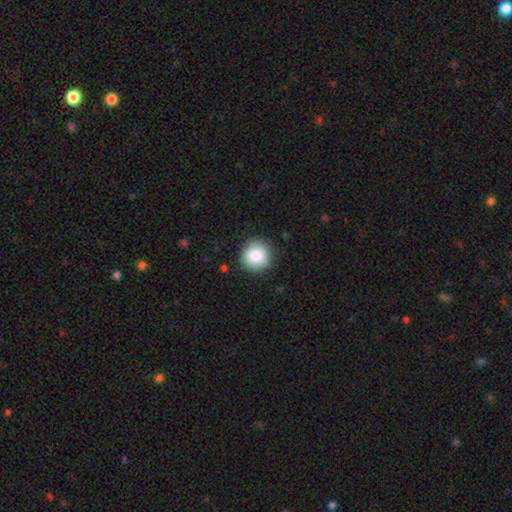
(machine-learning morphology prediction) The model was most divided on "smooth or featured": smooth: 85%, star or artifact: 9%, featured or disk: 6%. More confident: how rounded — round (93%); merging — none (88%).